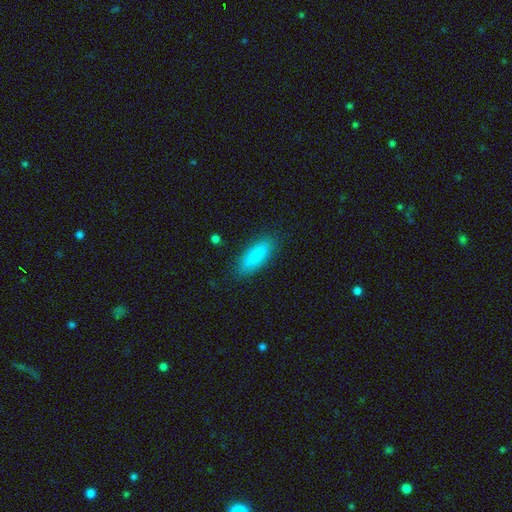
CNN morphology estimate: type=smooth (87%); roundness=in between (56%); merging=none (87%).